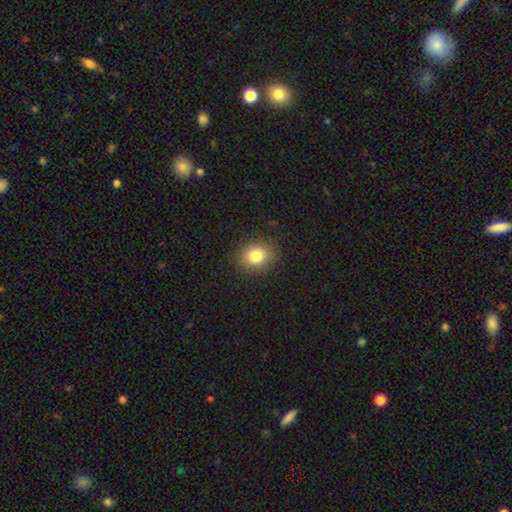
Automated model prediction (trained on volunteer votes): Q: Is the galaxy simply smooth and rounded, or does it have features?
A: smooth — 82%.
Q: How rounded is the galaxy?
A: round — 61%.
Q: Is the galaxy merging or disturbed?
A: none — 89%.